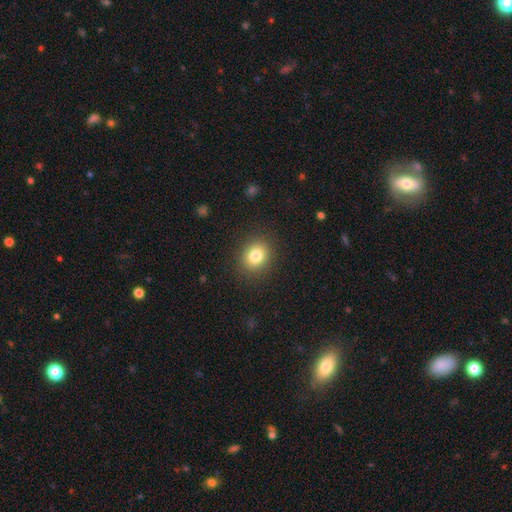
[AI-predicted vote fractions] This is clearly a smooth galaxy (82%). How rounded: likely round (65%). Merging: clearly none (89%).